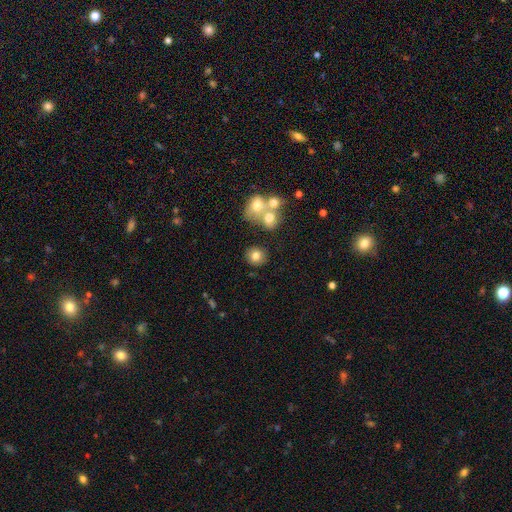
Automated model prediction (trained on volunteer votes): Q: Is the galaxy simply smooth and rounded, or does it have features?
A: smooth — 77%.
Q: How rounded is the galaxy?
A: round — 86%.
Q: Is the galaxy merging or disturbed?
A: none — 78%.